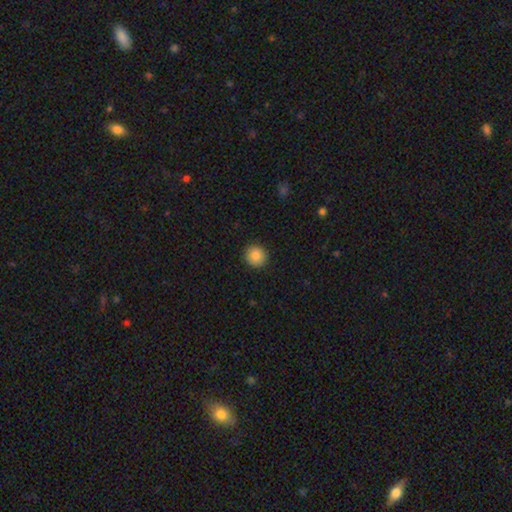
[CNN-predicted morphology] smooth-or-featured: smooth: 87% | star or artifact: 8% | featured or disk: 5%
  how-rounded: round: 92% | in between: 7% | cigar-shaped: 1%
  merging: none: 92% | minor disturbance: 5% | major disturbance: 2% | merger: 1%